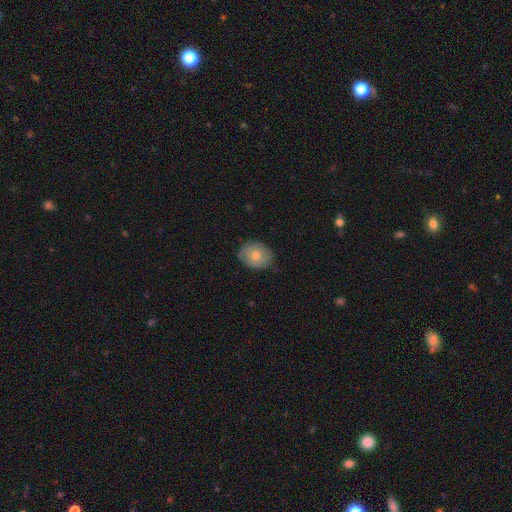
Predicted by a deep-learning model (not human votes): Morphology: type=smooth (71%); roundness=in between (52%); merging=none (73%).